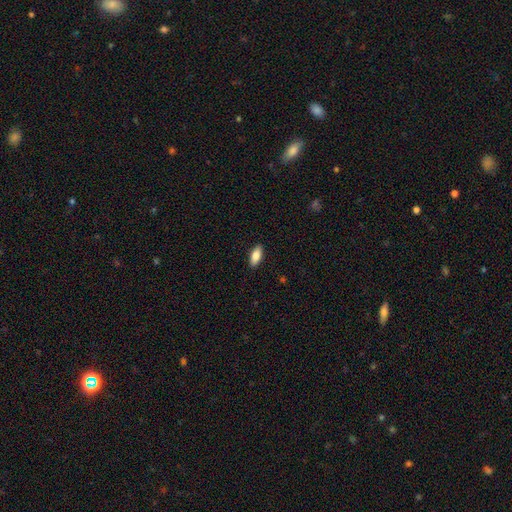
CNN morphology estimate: Smooth or featured? smooth (83%)
How rounded? in between (80%)
Merging? none (90%)